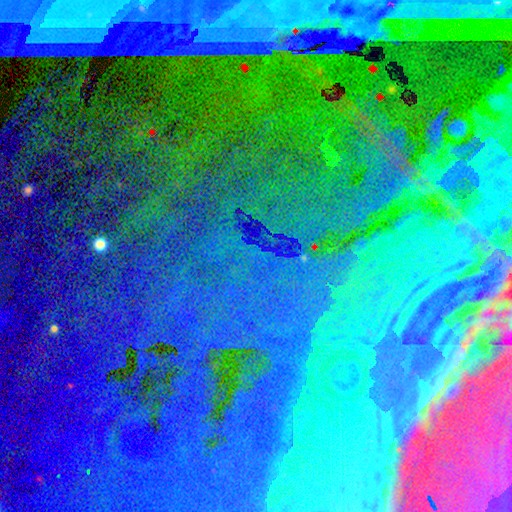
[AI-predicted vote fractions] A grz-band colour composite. It shows a star or artifact, not a galaxy (86%).